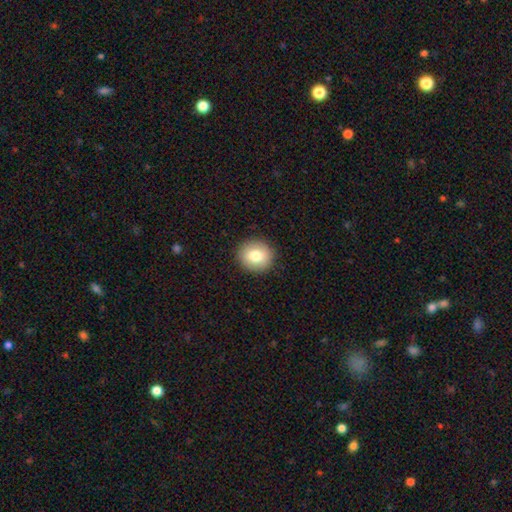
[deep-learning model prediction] smooth_or_featured: smooth (p=0.80) [alt: featured or disk p=0.12]
how_rounded: round (p=0.88) [alt: in between p=0.11]
merging: none (p=0.91) [alt: minor disturbance p=0.07]